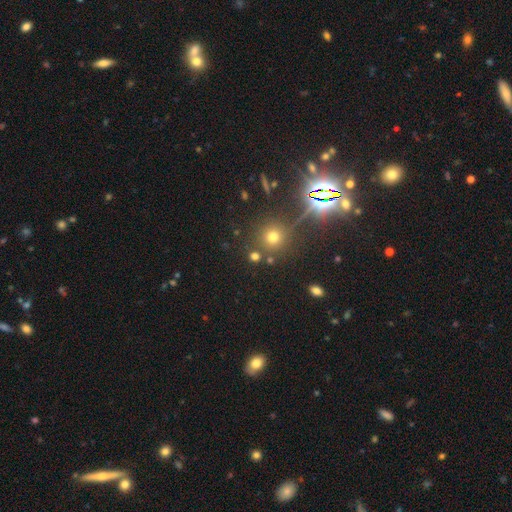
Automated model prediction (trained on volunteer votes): Q: Smooth or featured?
A: star or artifact (53%); runner-up: smooth (37%)